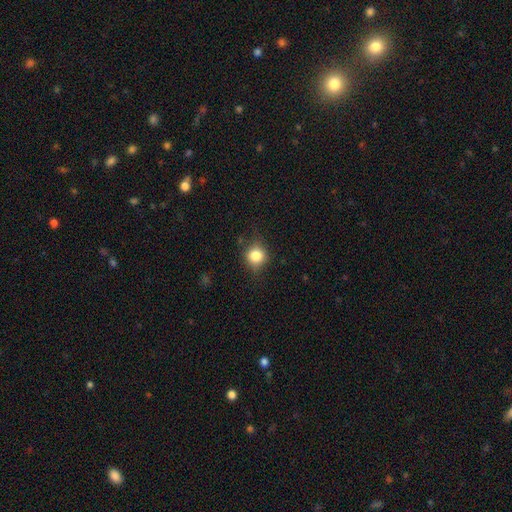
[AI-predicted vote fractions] Smooth or featured? Predicted: smooth (p=0.81). How rounded? Predicted: round (p=0.83). Merging? Predicted: none (p=0.75).